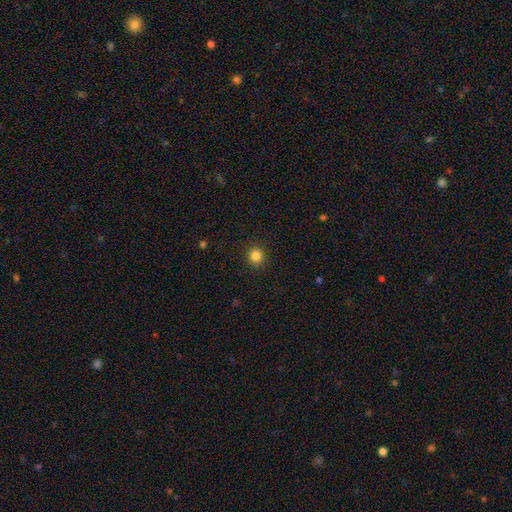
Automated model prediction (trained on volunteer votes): smooth 84%, star or artifact 12%, featured or disk 4%. Down the decision tree: how rounded — round (87%); merging — none (91%).